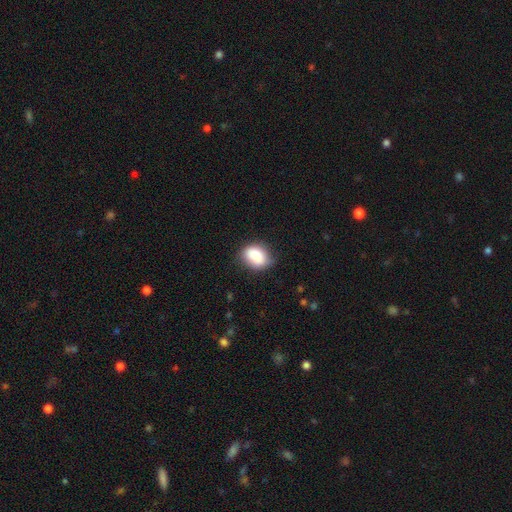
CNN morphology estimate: Overall: smooth (85%). How rounded: in between (74%). Merging: none (70%).